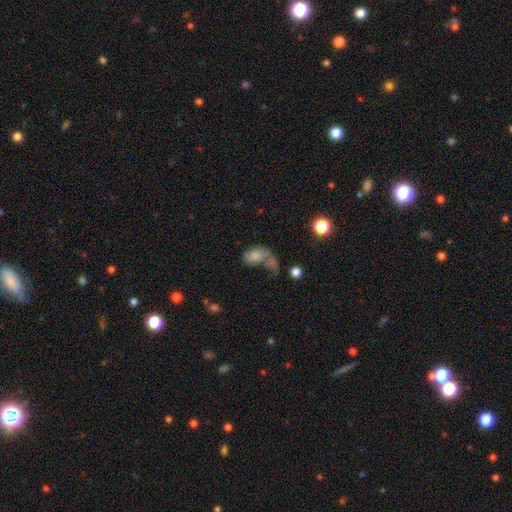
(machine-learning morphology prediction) A smooth galaxy with no disk features (72%) that is in between round and cigar-shaped (85%). Merging: merger (46%).